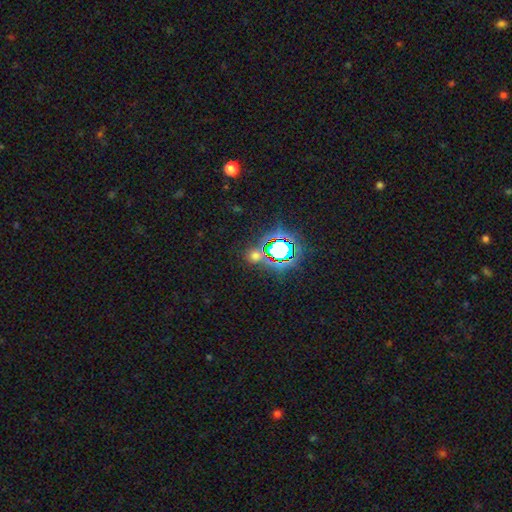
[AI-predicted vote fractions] Morphology: type=star or artifact (49%).